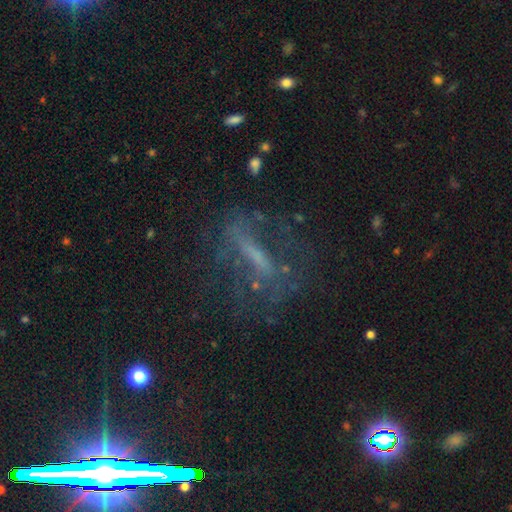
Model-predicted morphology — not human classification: type=featured or disk (55%); edge-on=no (69%); merging=none (55%).